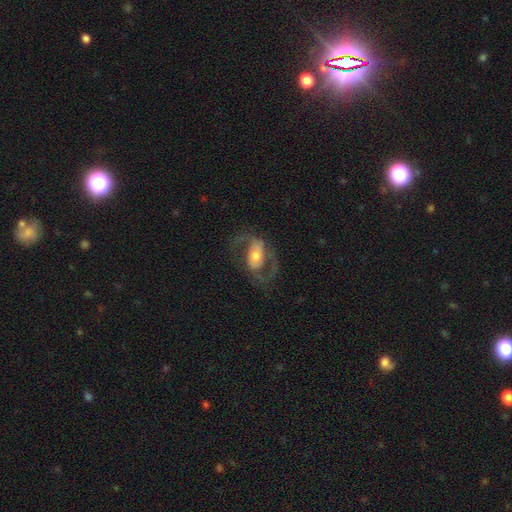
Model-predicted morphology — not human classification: This appears to be a featured or disk galaxy (76%) with no bar (36%, tied with weak), 2 (88%) medium (52%) spiral arms (86%) and a moderate central bulge (59%). Merging: none (63%).